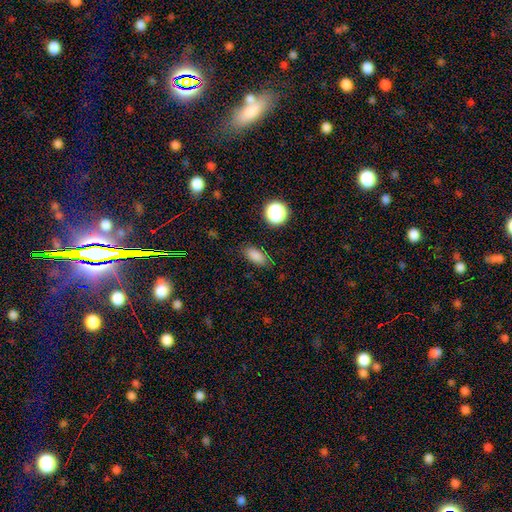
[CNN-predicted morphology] A smooth galaxy with no disk features (83%) that is in between round and cigar-shaped (85%). Merging: none (81%).